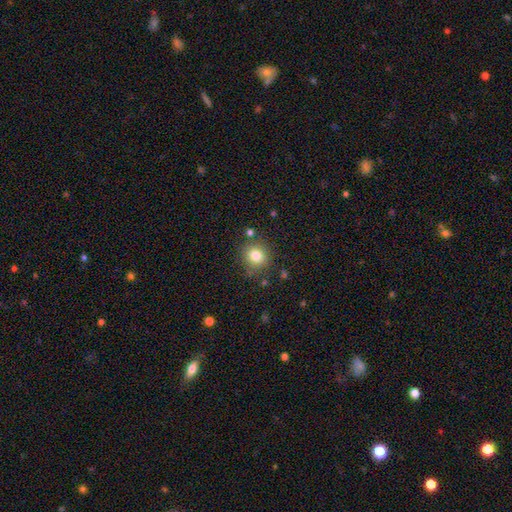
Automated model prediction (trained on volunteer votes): The model was most divided on "smooth or featured": smooth: 80%, star or artifact: 12%, featured or disk: 8%. More confident: how rounded — round (84%); merging — none (81%).